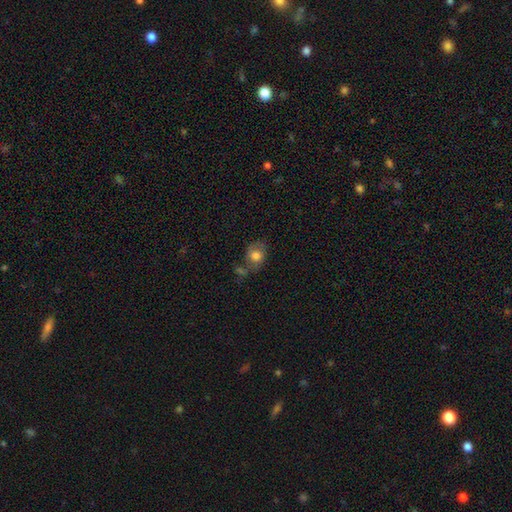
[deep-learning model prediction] smooth 75%, featured or disk 17%, star or artifact 9%. Down the decision tree: how rounded — round (56%); merging — none (42%).